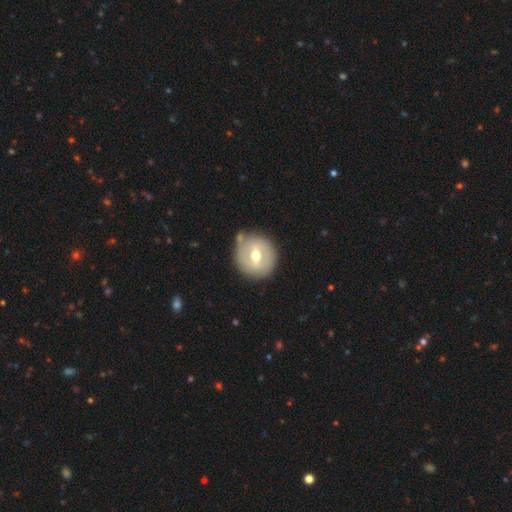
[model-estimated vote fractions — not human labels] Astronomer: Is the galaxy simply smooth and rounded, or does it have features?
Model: featured or disk — 54% (runner-up: smooth, 40%).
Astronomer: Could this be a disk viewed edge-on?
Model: no — 94%.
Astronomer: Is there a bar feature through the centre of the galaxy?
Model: weak — 52% (runner-up: strong, 28%).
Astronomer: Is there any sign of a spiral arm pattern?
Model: no — 60% (runner-up: yes, 40%).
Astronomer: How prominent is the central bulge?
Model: moderate — 76%.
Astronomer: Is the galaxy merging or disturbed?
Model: none — 72%.